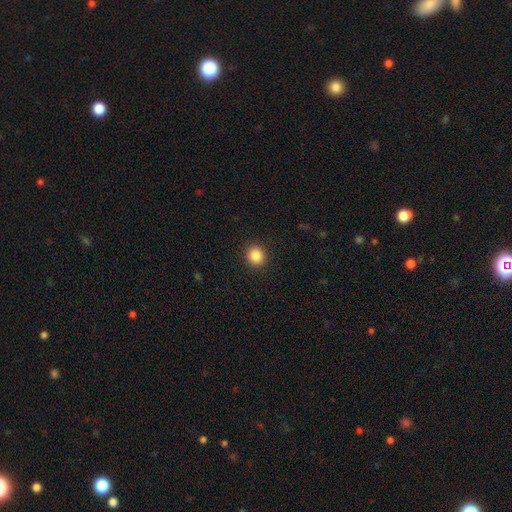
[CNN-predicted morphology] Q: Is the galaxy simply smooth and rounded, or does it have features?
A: smooth — 86%.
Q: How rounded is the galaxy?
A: round — 90%.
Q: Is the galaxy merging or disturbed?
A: none — 92%.